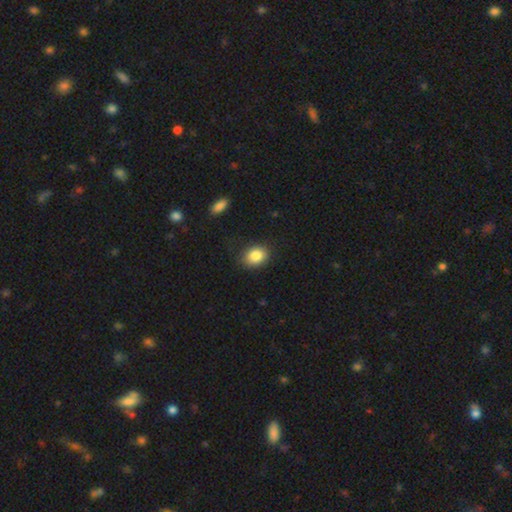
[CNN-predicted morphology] Smooth or featured?
  - smooth: 85% *
  - star or artifact: 9%
  - featured or disk: 6%
How rounded?
  - in between: 56% *
  - round: 43%
  - cigar-shaped: 1%
Merging?
  - none: 82% *
  - minor disturbance: 14%
  - major disturbance: 3%
  - merger: 2%